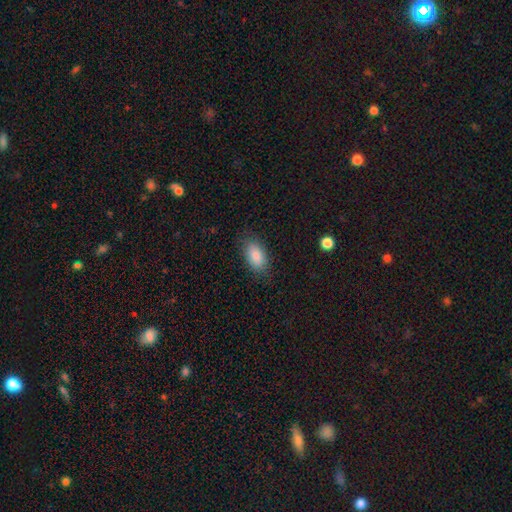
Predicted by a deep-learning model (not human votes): smooth-or-featured: smooth: 85% | star or artifact: 7% | featured or disk: 7%
  how-rounded: in between: 91% | round: 5% | cigar-shaped: 3%
  merging: none: 83% | minor disturbance: 13% | major disturbance: 3% | merger: 1%